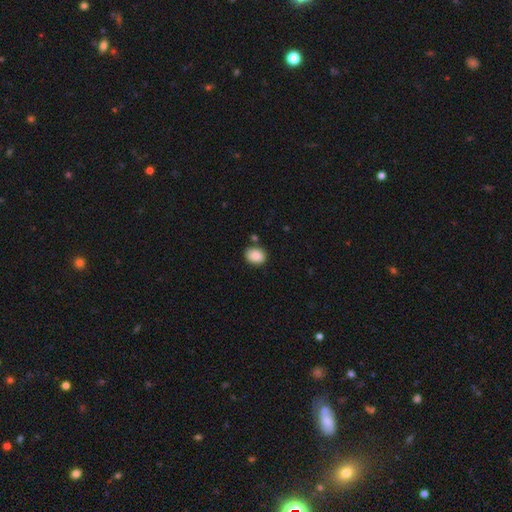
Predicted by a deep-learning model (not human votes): Smooth or featured?
  - smooth: 88% *
  - star or artifact: 8%
  - featured or disk: 4%
How rounded?
  - in between: 59% *
  - round: 40%
  - cigar-shaped: 1%
Merging?
  - none: 79% *
  - minor disturbance: 13%
  - merger: 5%
  - major disturbance: 3%